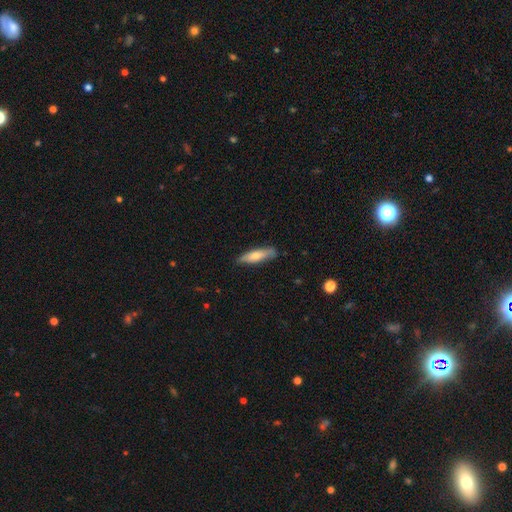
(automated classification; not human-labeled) Q: Smooth or featured?
A: smooth (68%); runner-up: featured or disk (26%)
Q: How rounded?
A: cigar-shaped (68%); runner-up: in between (31%)
Q: Merging?
A: none (80%); runner-up: minor disturbance (16%)